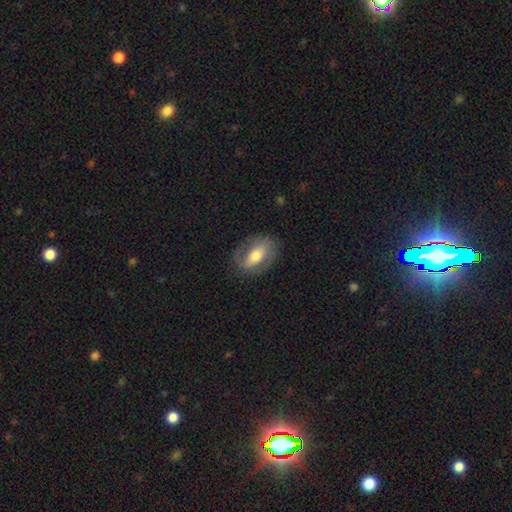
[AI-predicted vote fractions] featured or disk 59%, smooth 34%, star or artifact 7%. Down the decision tree: edge-on disk — no (91%); bar — strong (38%); spiral arms — yes (65%); bulge size — moderate (65%); merging — none (75%).